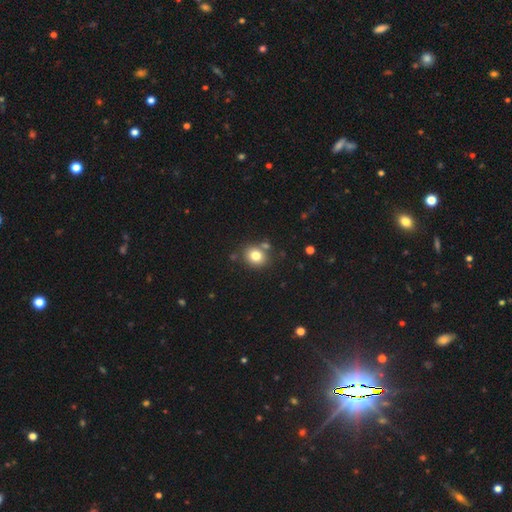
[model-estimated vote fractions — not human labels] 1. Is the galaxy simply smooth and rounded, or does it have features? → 80% smooth, 12% star or artifact, 9% featured or disk.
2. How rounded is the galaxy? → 70% round, 29% in between, 1% cigar-shaped.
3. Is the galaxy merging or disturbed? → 76% none, 11% merger, 10% minor disturbance, 3% major disturbance.